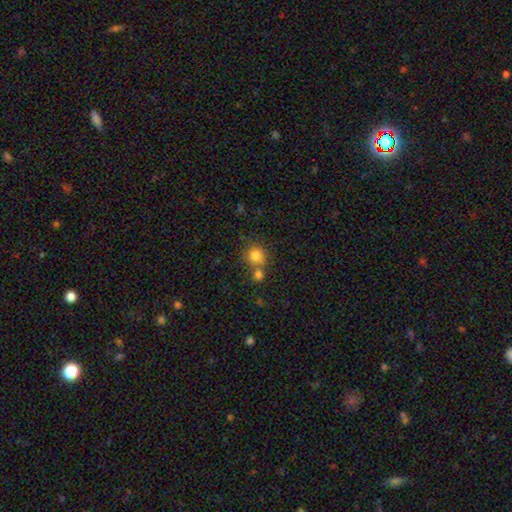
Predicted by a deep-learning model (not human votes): Smooth or featured?
  - smooth: 81% *
  - star or artifact: 11%
  - featured or disk: 8%
How rounded?
  - round: 88% *
  - in between: 11%
  - cigar-shaped: 1%
Merging?
  - none: 59% *
  - merger: 29%
  - minor disturbance: 9%
  - major disturbance: 3%